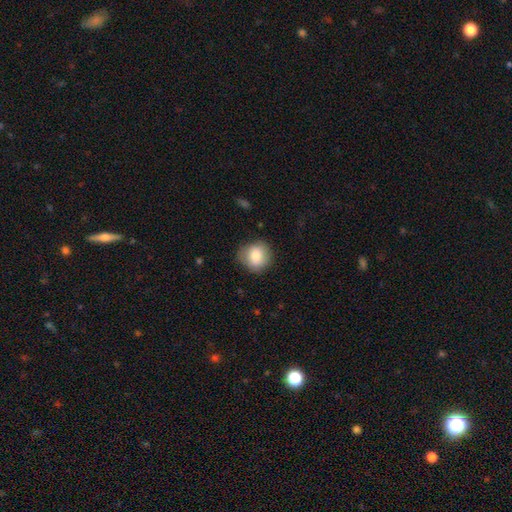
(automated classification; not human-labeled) Smooth or featured? Predicted: smooth (p=0.80). How rounded? Predicted: round (p=0.86). Merging? Predicted: none (p=0.79).